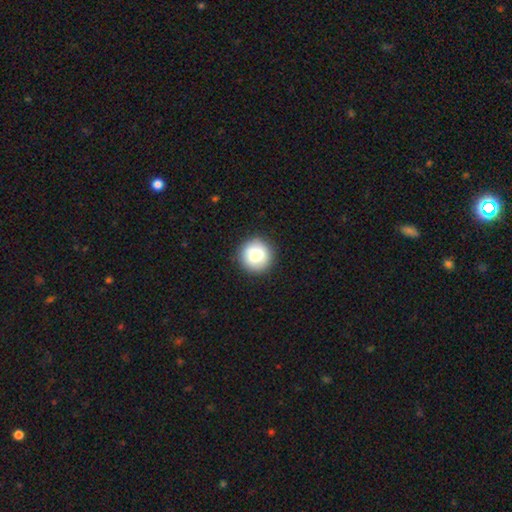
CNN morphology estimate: Smooth or featured: smooth — 76% (featured or disk — 16%)
How rounded: round — 93% (in between — 6%)
Merging: none — 87% (minor disturbance — 9%)